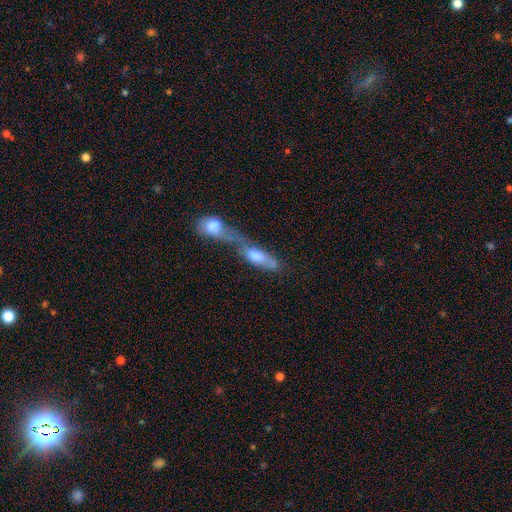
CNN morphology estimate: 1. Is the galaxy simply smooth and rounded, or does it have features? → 49% smooth, 41% featured or disk, 10% star or artifact.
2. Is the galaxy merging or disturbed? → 78% merger, 9% none, 7% major disturbance, 5% minor disturbance.